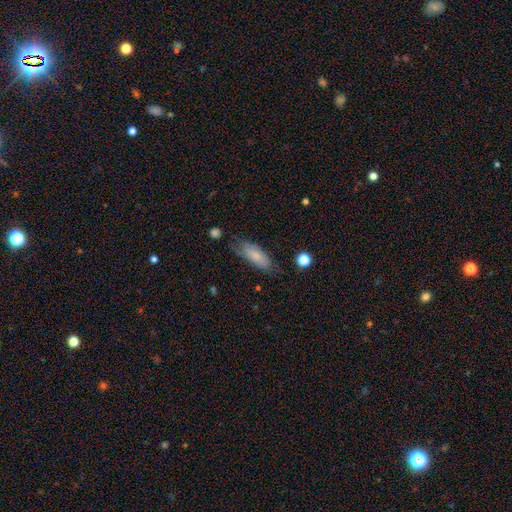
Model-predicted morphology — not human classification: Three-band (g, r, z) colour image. It shows a smooth galaxy with no disk features (77%) that is in between round and cigar-shaped (69%). Merging: none (64%).